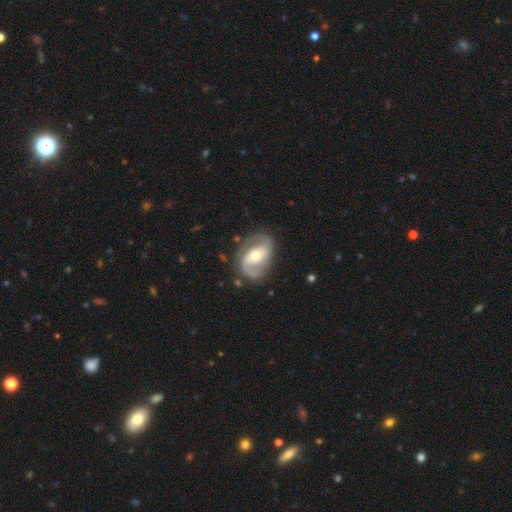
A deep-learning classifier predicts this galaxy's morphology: This appears to be a featured or disk galaxy (84%) with no bar (43%), 2 (86%) medium (47%) spiral arms (92%) and a moderate central bulge (66%). Merging: none (75%).